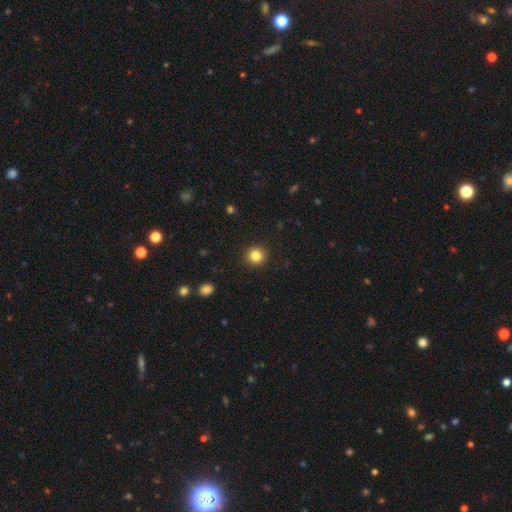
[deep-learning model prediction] Overall: smooth (83%). How rounded: round (92%). Merging: none (92%).